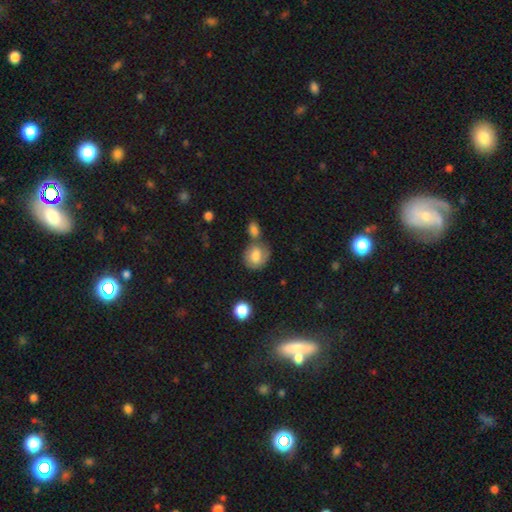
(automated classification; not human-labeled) A smooth galaxy with no disk features (69%) that is round (65%). Merging: none (48%).